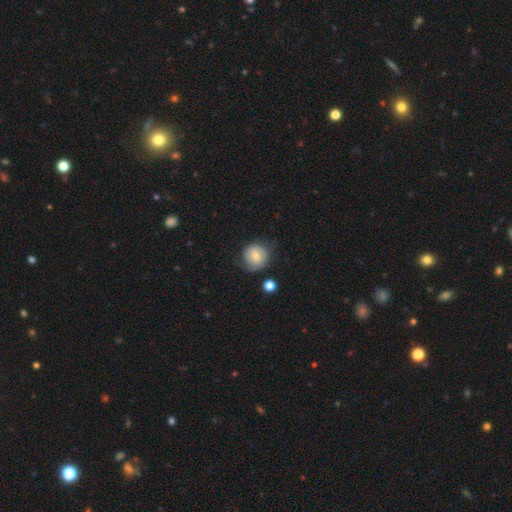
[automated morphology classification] Overall: smooth (62%; featured or disk 30%). How rounded: round (89%). Merging: none (68%).